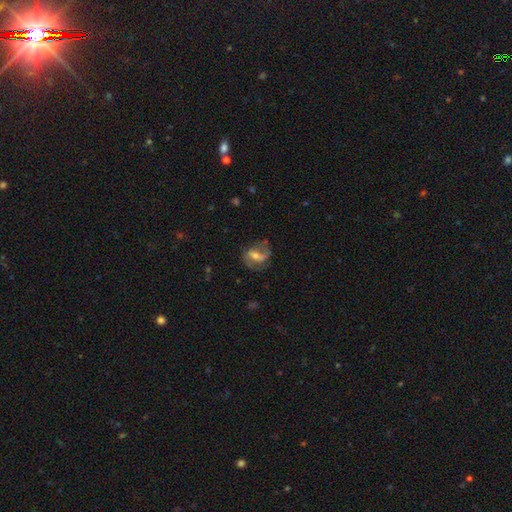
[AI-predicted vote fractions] Overall: featured or disk (71%). Edge-on disk: no (96%). Bar: weak (45%; strong 31%). Spiral arms: yes (87%). Spiral arm count: 2 (78%). Spiral winding: medium (45%; loose 38%). Bulge size: moderate (52%; small 37%). Merging: none (62%).